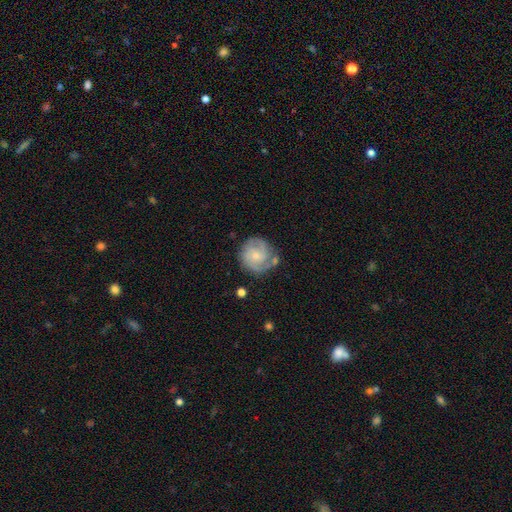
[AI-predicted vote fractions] Smooth or featured?
  - featured or disk: 74% *
  - smooth: 20%
  - star or artifact: 6%
Edge-on disk?
  - no: 98% *
  - yes: 2%
Bar?
  - no: 69% *
  - weak: 27%
  - strong: 4%
Spiral arms?
  - yes: 94% *
  - no: 6%
Spiral winding?
  - tight: 55% *
  - medium: 37%
  - loose: 9%
Spiral arm count?
  - 2: 44% *
  - 3: 27%
  - can't tell: 17%
  - 4: 5%
  - 1: 4%
  - more than 4: 3%
Bulge size?
  - small: 65% *
  - moderate: 29%
  - none: 4%
  - large: 2%
  - dominant: 1%
Merging?
  - none: 69% *
  - minor disturbance: 18%
  - merger: 6%
  - major disturbance: 6%